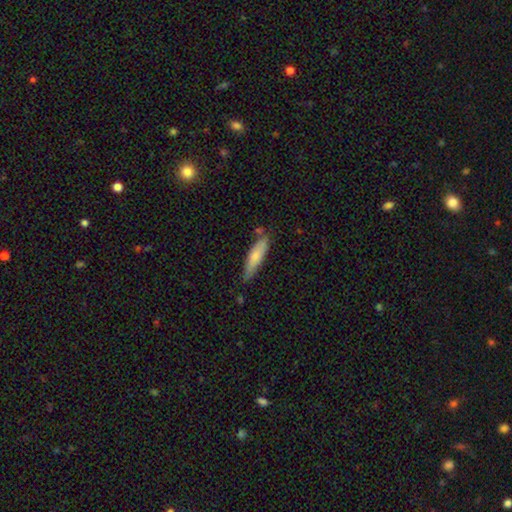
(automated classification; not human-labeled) smooth-or-featured: smooth: 73% | featured or disk: 22% | star or artifact: 6%
  how-rounded: cigar-shaped: 75% | in between: 24% | round: 1%
  merging: none: 70% | minor disturbance: 21% | merger: 6% | major disturbance: 3%